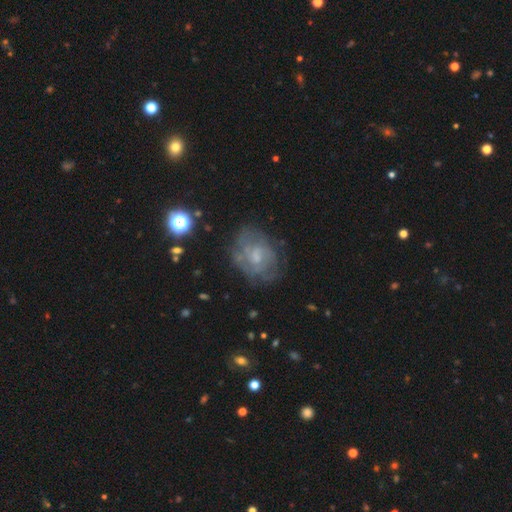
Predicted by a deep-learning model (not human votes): Overall: featured or disk (60%; smooth 28%). Edge-on disk: no (97%). Bar: no (65%; weak 31%). Spiral arms: yes (60%; no 40%). Bulge size: small (46%; moderate 32%). Merging: none (63%).